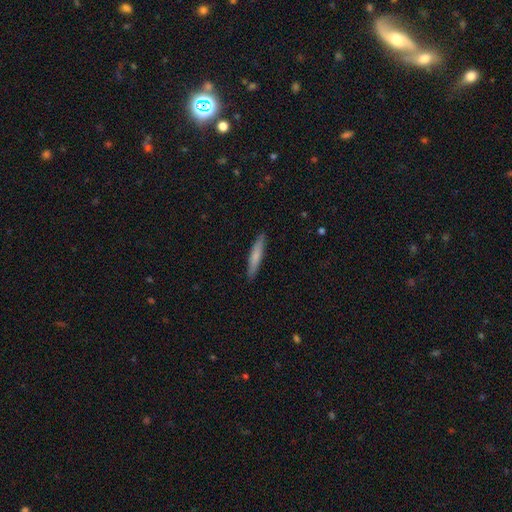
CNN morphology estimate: Smooth or featured?
  - smooth: 72% *
  - featured or disk: 23%
  - star or artifact: 5%
How rounded?
  - cigar-shaped: 93% *
  - in between: 6%
  - round: 1%
Merging?
  - none: 90% *
  - minor disturbance: 8%
  - major disturbance: 1%
  - merger: 1%